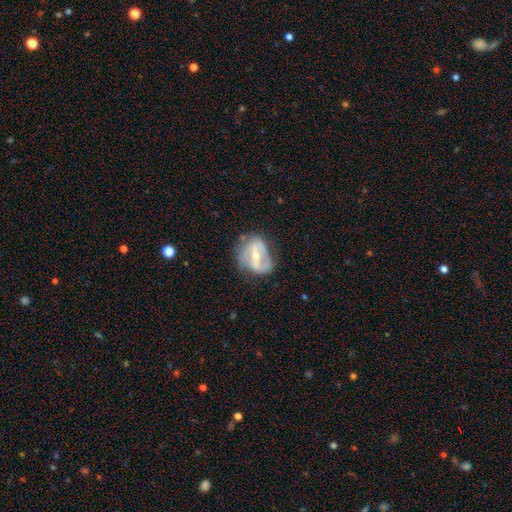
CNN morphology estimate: featured or disk 73%, smooth 21%, star or artifact 6%. Down the decision tree: edge-on disk — no (96%); bar — strong (45%); spiral arms — yes (64%); bulge size — moderate (53%); merging — none (51%).